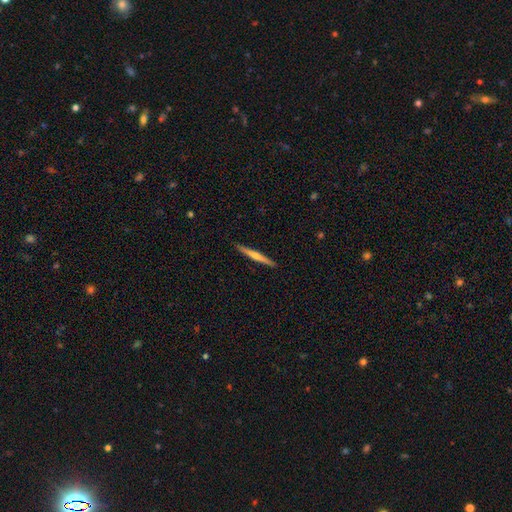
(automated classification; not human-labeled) This is possibly a featured or disk galaxy (58%). It is clearly viewed edge-on (98%). Edge-on bulge: likely rounded (64%). Merging: clearly none (92%).